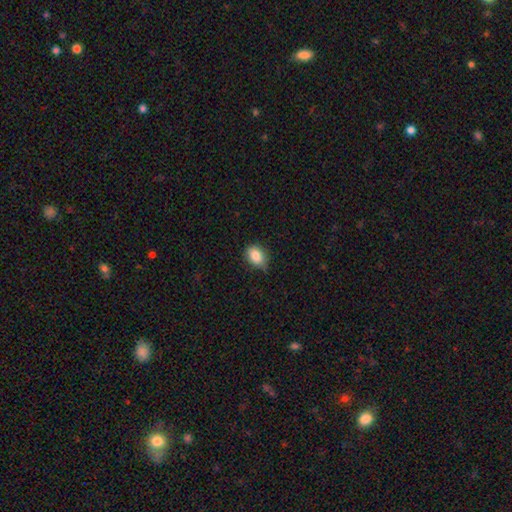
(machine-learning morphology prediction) smooth_or_featured: smooth (p=0.84) [alt: star or artifact p=0.09]
how_rounded: in between (p=0.69) [alt: round p=0.30]
merging: none (p=0.63) [alt: minor disturbance p=0.31]